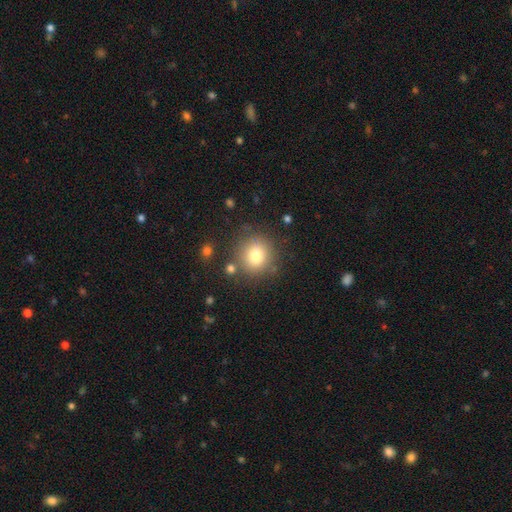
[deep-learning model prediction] This appears to be a smooth galaxy with no disk features (77%) that is round (89%). Merging: none (81%).